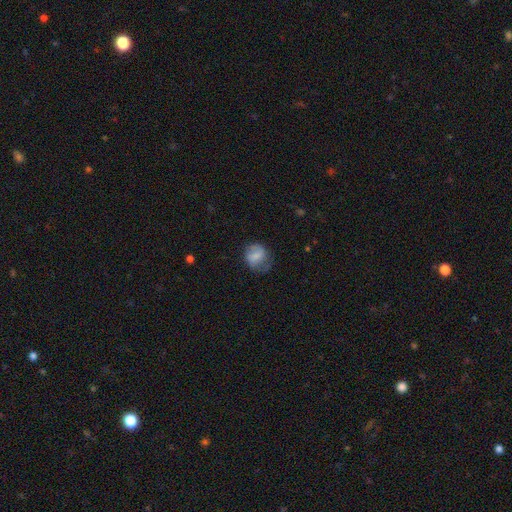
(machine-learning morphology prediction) smooth_or_featured: smooth (p=0.62) [alt: featured or disk p=0.30]
how_rounded: round (p=0.69) [alt: in between p=0.30]
merging: none (p=0.58) [alt: minor disturbance p=0.27]